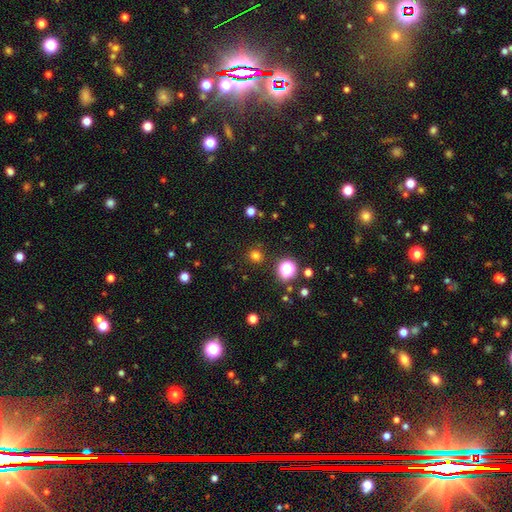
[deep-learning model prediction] smooth-or-featured: smooth: 75% | star or artifact: 20% | featured or disk: 5%
  how-rounded: round: 92% | in between: 7% | cigar-shaped: 1%
  merging: none: 88% | minor disturbance: 7% | major disturbance: 3% | merger: 2%